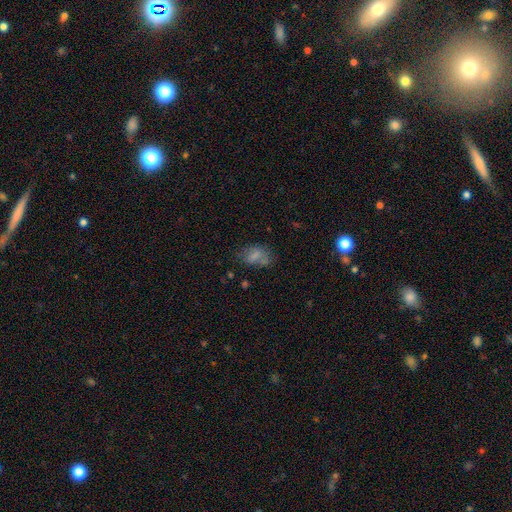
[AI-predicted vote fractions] Q: Smooth or featured?
A: smooth (67%); runner-up: featured or disk (21%)
Q: How rounded?
A: in between (85%); runner-up: round (12%)
Q: Merging?
A: none (47%); runner-up: minor disturbance (27%)